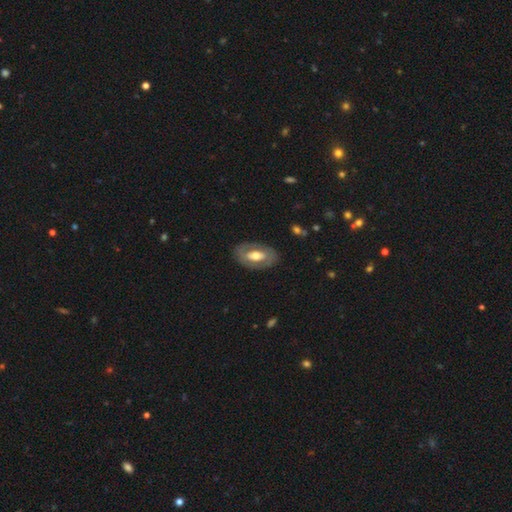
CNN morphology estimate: Smooth or featured: featured or disk — 58% (smooth — 38%)
Edge-on disk: no — 91% (yes — 9%)
Bar: no — 58% (weak — 27%)
Spiral arms: no — 75% (yes — 25%)
Bulge size: moderate — 63% (large — 25%)
Merging: none — 81% (minor disturbance — 13%)